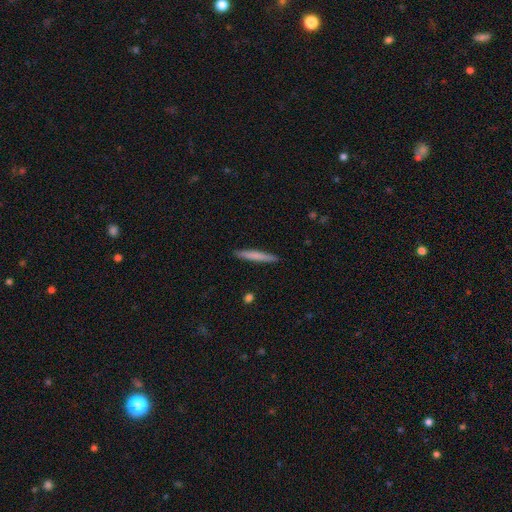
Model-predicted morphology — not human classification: Smooth or featured? Predicted: smooth (p=0.70). How rounded? Predicted: cigar-shaped (p=0.96). Merging? Predicted: none (p=0.91).